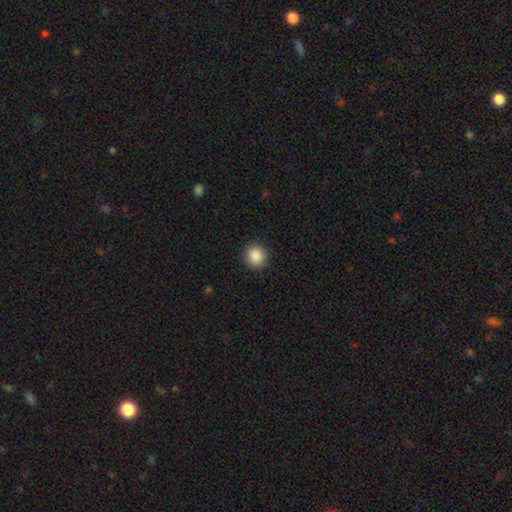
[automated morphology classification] This appears to be a smooth galaxy with no disk features (88%) that is round (91%). Merging: none (91%).